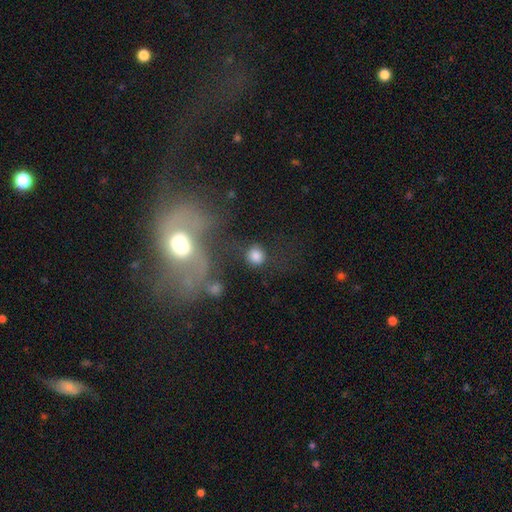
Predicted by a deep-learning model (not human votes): Smooth or featured: smooth — 81% (star or artifact — 10%)
How rounded: round — 87% (in between — 12%)
Merging: none — 69% (minor disturbance — 12%)